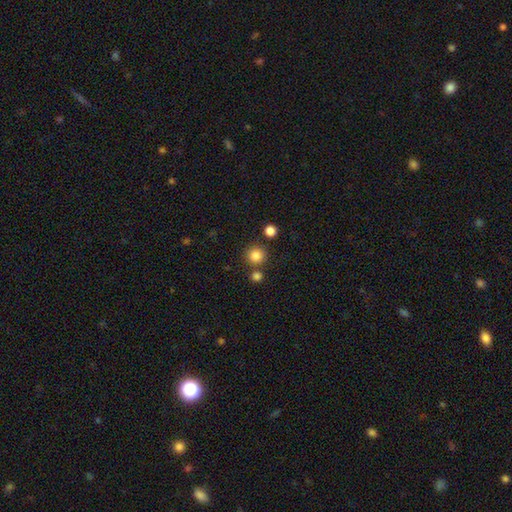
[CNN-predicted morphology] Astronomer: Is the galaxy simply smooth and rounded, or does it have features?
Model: smooth — 84%.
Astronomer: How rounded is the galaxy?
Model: round — 93%.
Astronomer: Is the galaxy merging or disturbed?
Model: none — 81%.